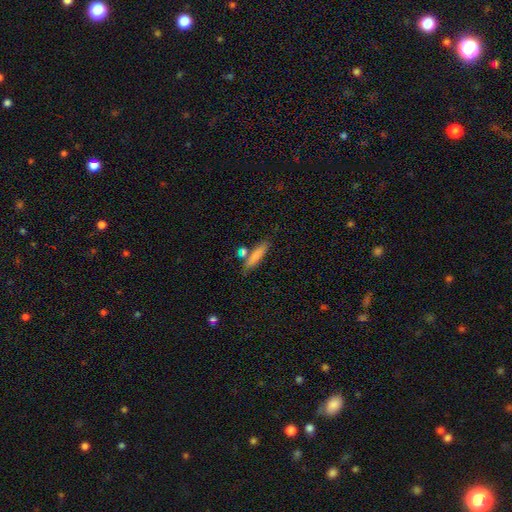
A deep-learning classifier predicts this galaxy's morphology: Overall: smooth (78%). How rounded: cigar-shaped (77%). Merging: none (72%).